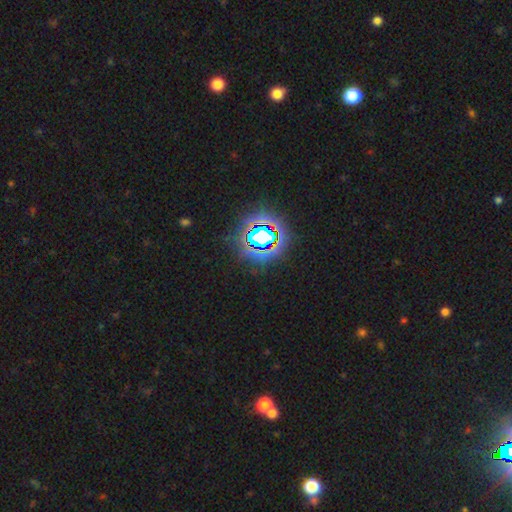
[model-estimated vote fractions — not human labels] Smooth or featured? star or artifact (83%)